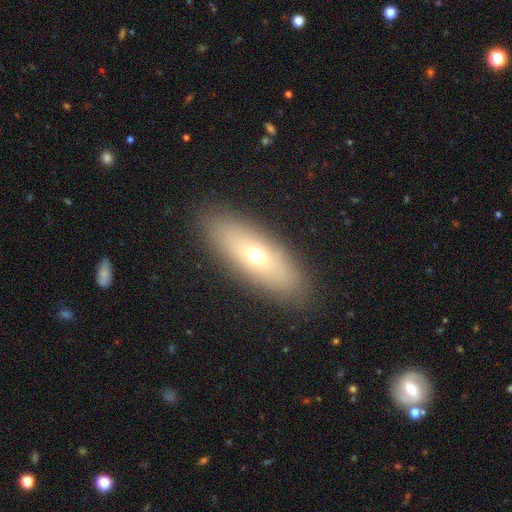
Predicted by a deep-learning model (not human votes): Smooth or featured? Predicted: smooth (p=0.61). How rounded? Predicted: in between (p=0.64). Merging? Predicted: none (p=0.87).